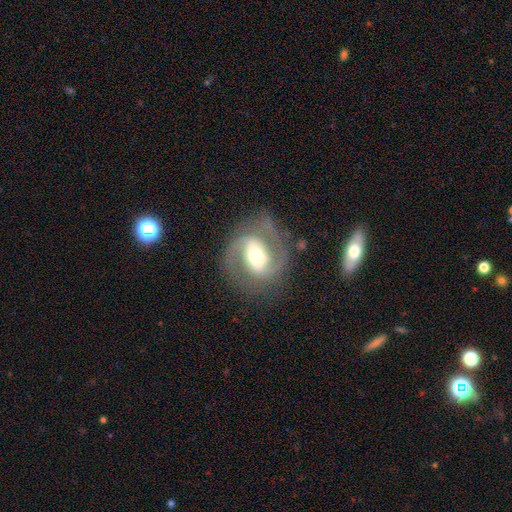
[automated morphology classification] Q: Smooth or featured?
A: featured or disk (85%); runner-up: smooth (9%)
Q: Edge-on disk?
A: no (97%); runner-up: yes (3%)
Q: Bar?
A: strong (44%); runner-up: weak (37%)
Q: Spiral arms?
A: yes (94%); runner-up: no (6%)
Q: Spiral winding?
A: medium (55%); runner-up: tight (27%)
Q: Spiral arm count?
A: 2 (90%); runner-up: can't tell (4%)
Q: Bulge size?
A: moderate (59%); runner-up: small (21%)
Q: Merging?
A: none (75%); runner-up: minor disturbance (15%)